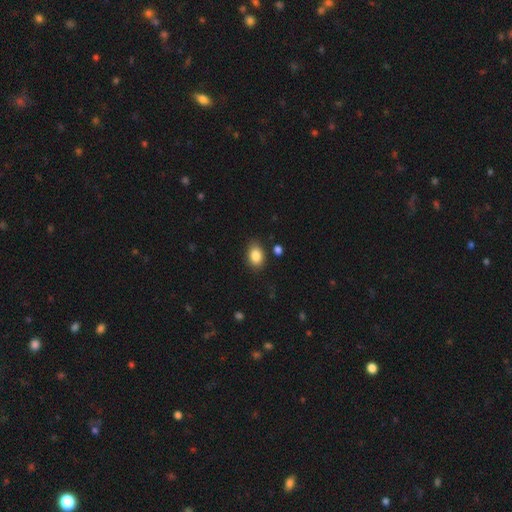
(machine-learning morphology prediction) This is clearly a smooth galaxy (86%). How rounded: likely in between (78%). Merging: clearly none (82%).